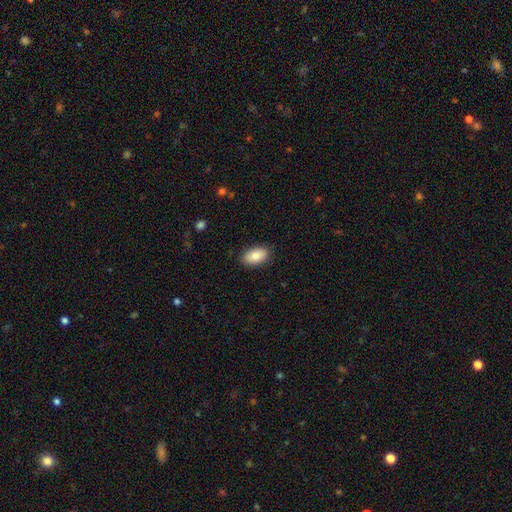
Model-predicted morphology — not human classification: The model was most divided on "smooth or featured": smooth: 82%, featured or disk: 11%, star or artifact: 7%. More confident: how rounded — in between (93%); merging — none (87%).